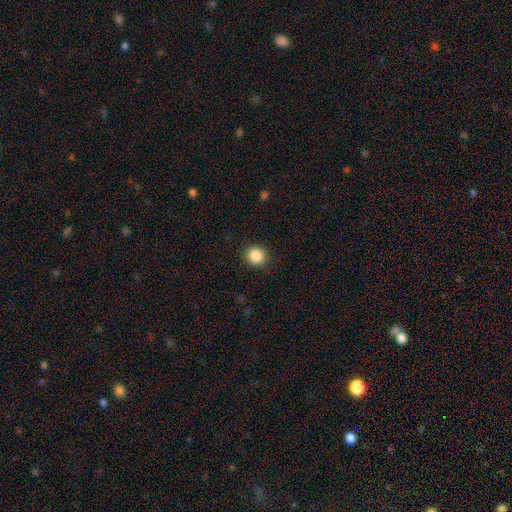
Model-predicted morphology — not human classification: A smooth galaxy with no disk features (87%) that is round (91%).

Vote fractions:
- Smooth or featured? smooth: 87% / star or artifact: 10% / featured or disk: 3%
- How rounded? round: 91% / in between: 8% / cigar-shaped: 1%
- Merging? none: 91% / minor disturbance: 6% / major disturbance: 2% / merger: 1%